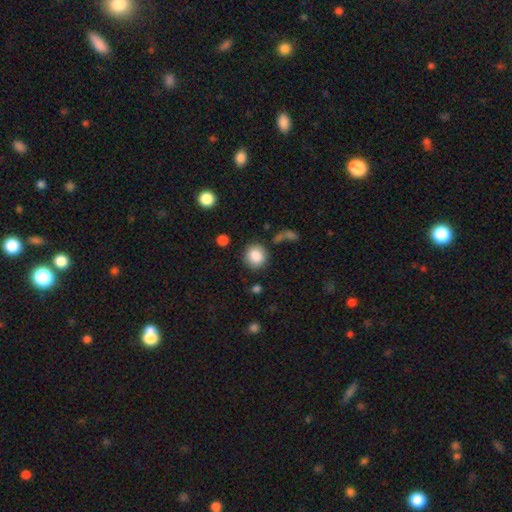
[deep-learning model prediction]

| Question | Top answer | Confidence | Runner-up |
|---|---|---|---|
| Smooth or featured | smooth | 86% | star or artifact (9%) |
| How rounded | round | 85% | in between (14%) |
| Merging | none | 83% | minor disturbance (10%) |